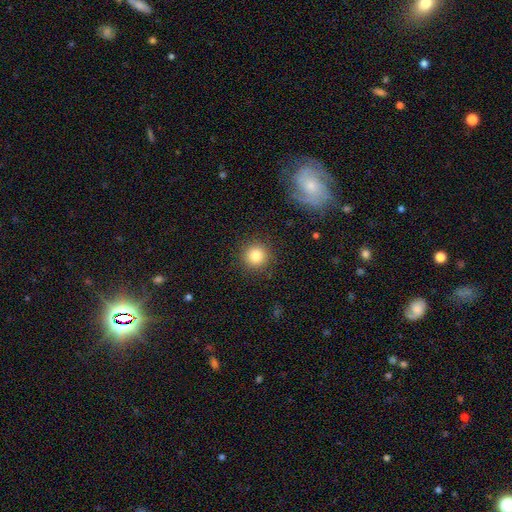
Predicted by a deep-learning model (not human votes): smooth_or_featured: smooth (p=0.83) [alt: star or artifact p=0.11]
how_rounded: round (p=0.94) [alt: in between p=0.05]
merging: none (p=0.90) [alt: minor disturbance p=0.06]